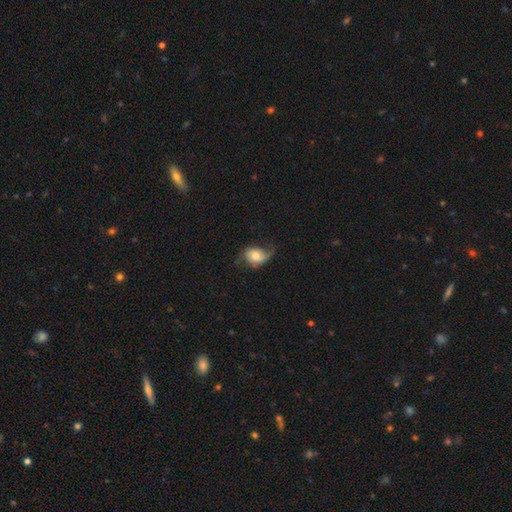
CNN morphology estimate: Smooth or featured?
  - smooth: 50% *
  - featured or disk: 42%
  - star or artifact: 8%
Merging?
  - none: 41% *
  - minor disturbance: 34%
  - major disturbance: 23%
  - merger: 2%